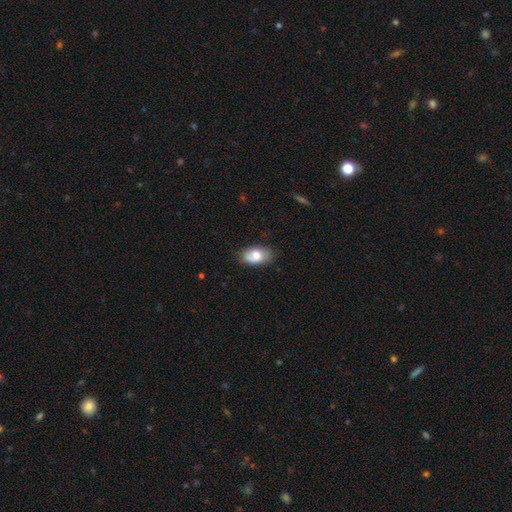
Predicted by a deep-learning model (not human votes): Q: Smooth or featured?
A: smooth (74%); runner-up: featured or disk (19%)
Q: How rounded?
A: in between (92%); runner-up: round (6%)
Q: Merging?
A: none (68%); runner-up: minor disturbance (24%)